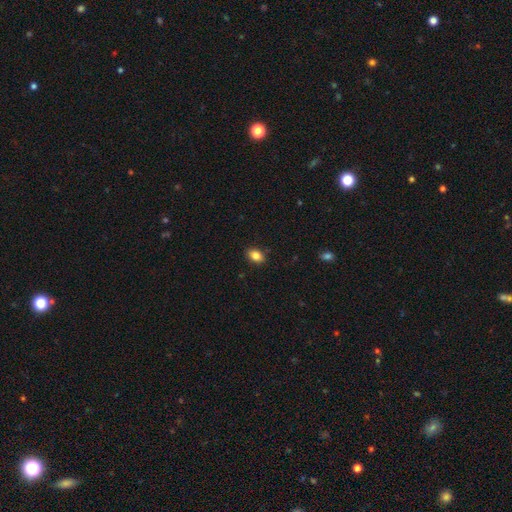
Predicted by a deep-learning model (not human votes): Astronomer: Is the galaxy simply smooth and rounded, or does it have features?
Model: smooth — 86%.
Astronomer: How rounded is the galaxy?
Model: in between — 79%.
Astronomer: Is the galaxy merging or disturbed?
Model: none — 86%.